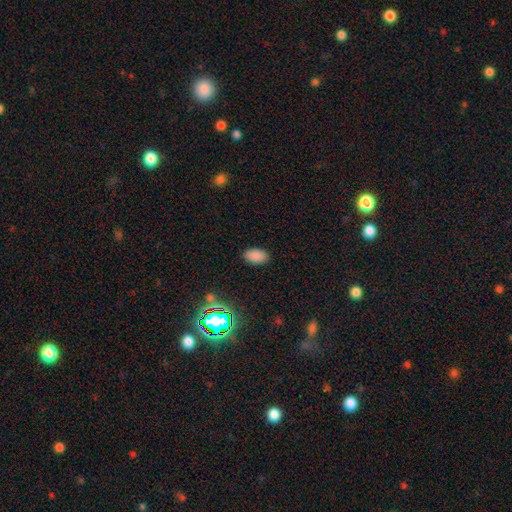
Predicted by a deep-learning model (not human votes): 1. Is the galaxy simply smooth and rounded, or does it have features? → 82% smooth, 13% star or artifact, 4% featured or disk.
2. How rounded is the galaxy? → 92% in between, 7% round, 1% cigar-shaped.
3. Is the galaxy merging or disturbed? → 87% none, 9% minor disturbance, 3% major disturbance, 1% merger.